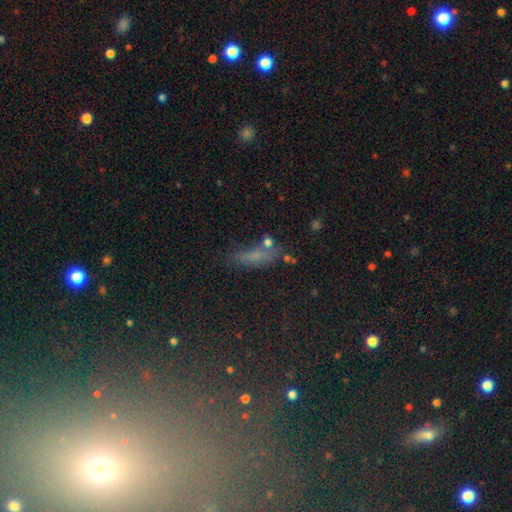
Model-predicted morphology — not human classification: A smooth galaxy with no disk features (56%) that is in between round and cigar-shaped (47%).

Vote fractions:
- Smooth or featured? smooth: 56% / star or artifact: 28% / featured or disk: 16%
- How rounded? in between: 47% / cigar-shaped: 45% / round: 7%
- Merging? none: 58% / minor disturbance: 20% / major disturbance: 11% / merger: 11%